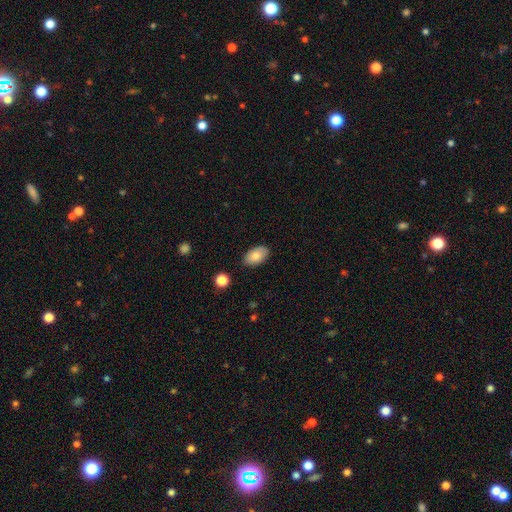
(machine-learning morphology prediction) This is clearly a smooth galaxy (84%). How rounded: clearly in between (93%). Merging: clearly none (85%).